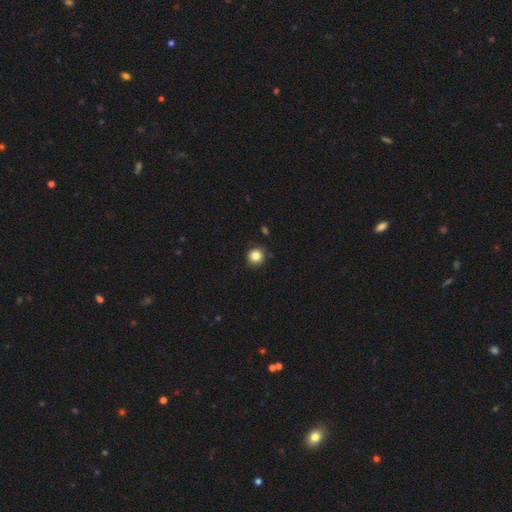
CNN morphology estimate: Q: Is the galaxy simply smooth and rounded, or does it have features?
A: smooth — 84%.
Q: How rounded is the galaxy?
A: round — 94%.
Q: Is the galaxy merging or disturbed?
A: none — 88%.